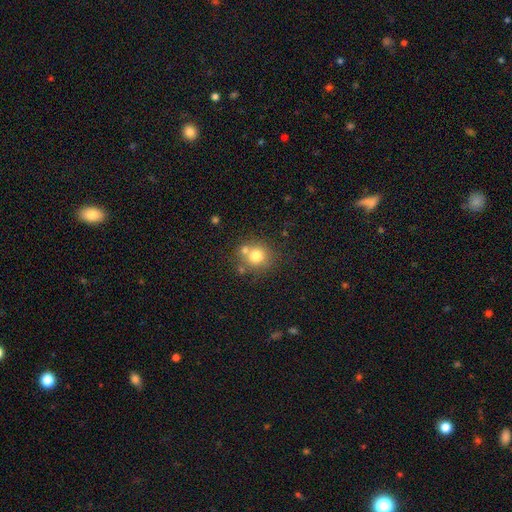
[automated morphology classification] This appears to be a smooth galaxy with no disk features (75%) that is round (88%). Merging: none (61%).